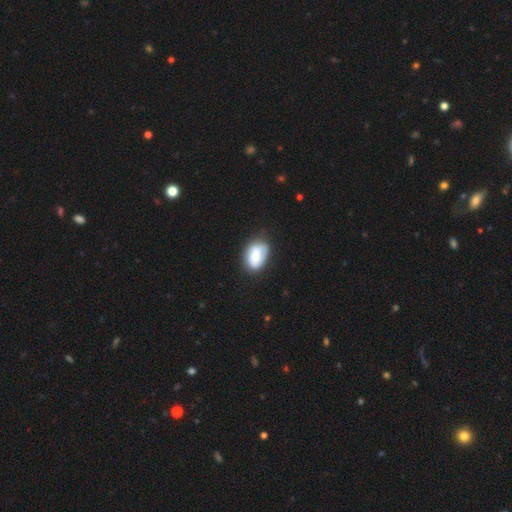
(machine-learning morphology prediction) Q: Smooth or featured?
A: smooth (70%); runner-up: featured or disk (23%)
Q: How rounded?
A: in between (85%); runner-up: round (13%)
Q: Merging?
A: none (60%); runner-up: minor disturbance (29%)